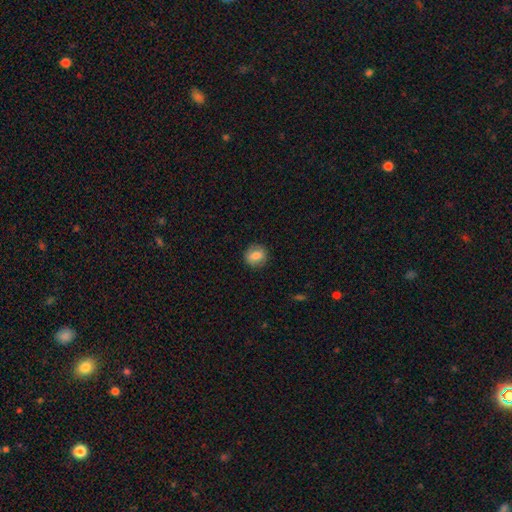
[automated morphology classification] This appears to be a smooth galaxy with no disk features (80%) that is round (79%). Merging: none (86%).